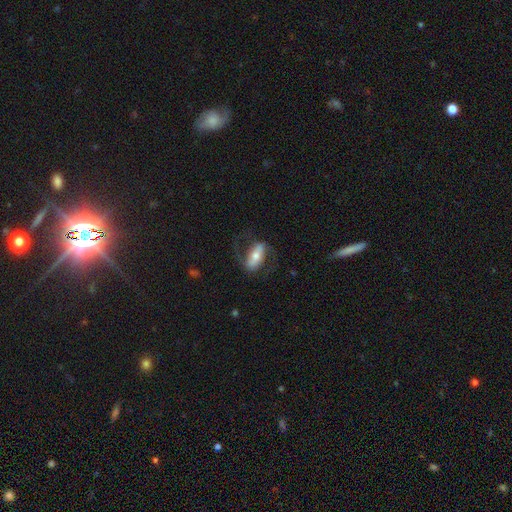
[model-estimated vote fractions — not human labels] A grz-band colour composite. It shows a featured or disk galaxy (63%) with a strong bar (54%), spiral arms (81%) and a moderate central bulge (61%). Merging: none (65%).